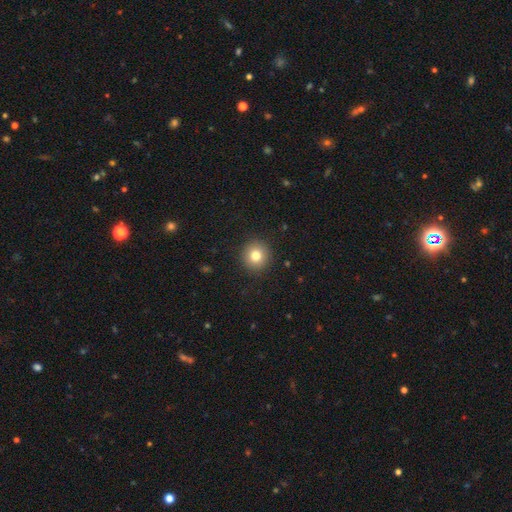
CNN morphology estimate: Overall: smooth (80%). How rounded: round (93%). Merging: none (92%).